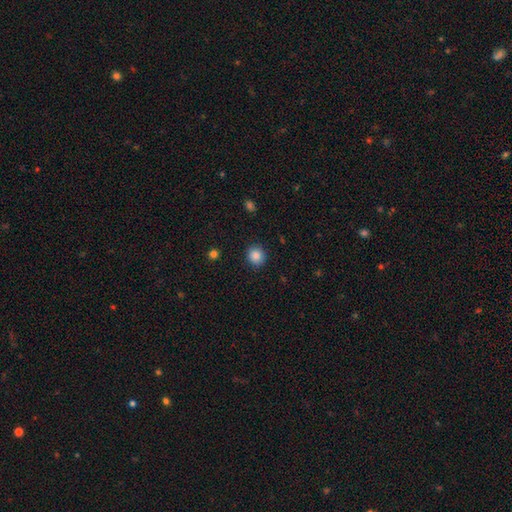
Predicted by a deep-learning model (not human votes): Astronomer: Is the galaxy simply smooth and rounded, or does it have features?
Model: smooth — 86%.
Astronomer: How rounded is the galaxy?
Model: round — 86%.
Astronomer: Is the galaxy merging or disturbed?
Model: none — 90%.